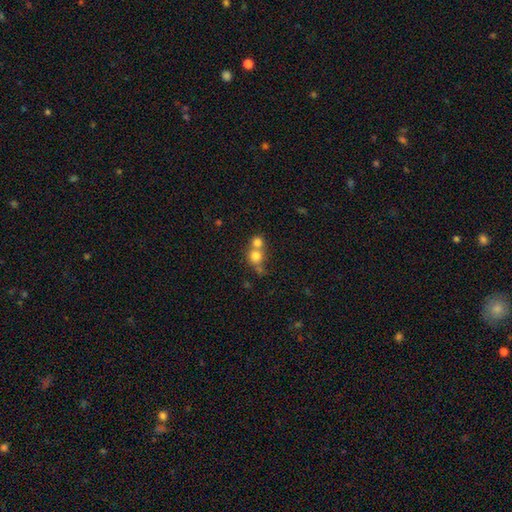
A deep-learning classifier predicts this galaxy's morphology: Smooth or featured: smooth — 75% (featured or disk — 14%)
How rounded: round — 85% (in between — 14%)
Merging: merger — 58% (none — 34%)